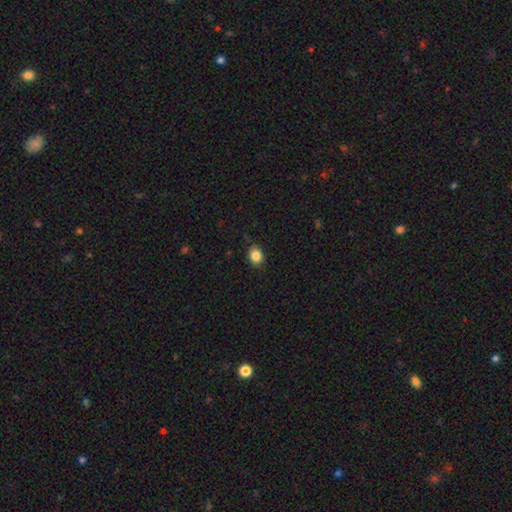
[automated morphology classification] smooth-or-featured: smooth: 86% | star or artifact: 10% | featured or disk: 4%
  how-rounded: round: 51% | in between: 48% | cigar-shaped: 1%
  merging: none: 86% | minor disturbance: 11% | major disturbance: 2% | merger: 1%